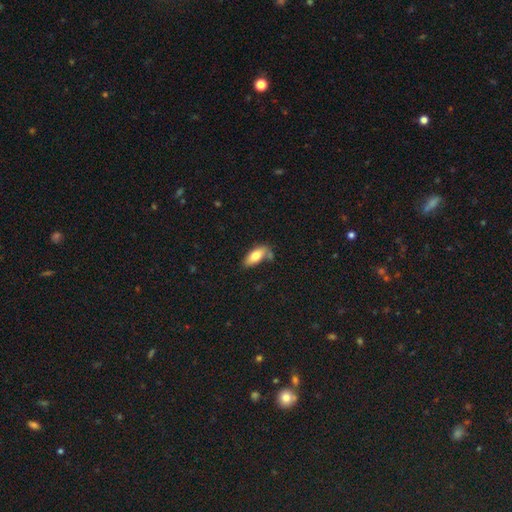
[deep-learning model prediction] Overall: smooth (75%). How rounded: in between (82%). Merging: none (62%).